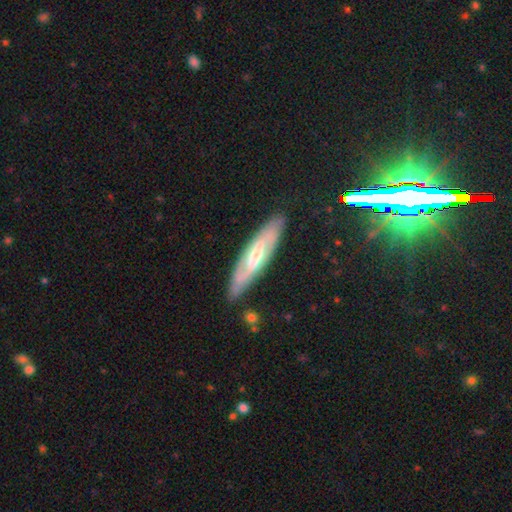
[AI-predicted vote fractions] Smooth or featured?
  - featured or disk: 69% *
  - smooth: 25%
  - star or artifact: 7%
Edge-on disk?
  - no: 65% *
  - yes: 35%
Merging?
  - none: 83% *
  - minor disturbance: 12%
  - major disturbance: 3%
  - merger: 2%